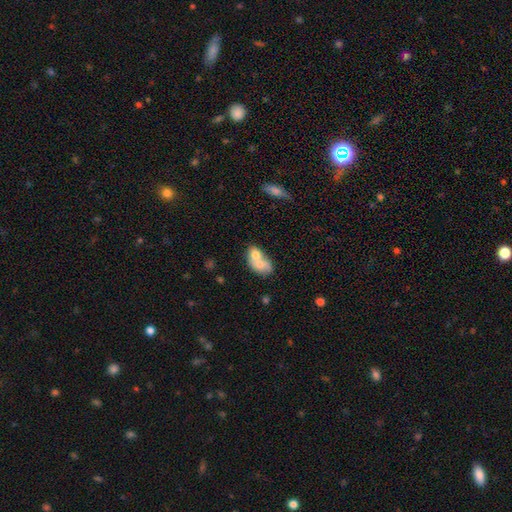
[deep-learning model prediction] This appears to be a smooth galaxy with no disk features (66%) that is in between round and cigar-shaped (70%). Merging: merger (74%).